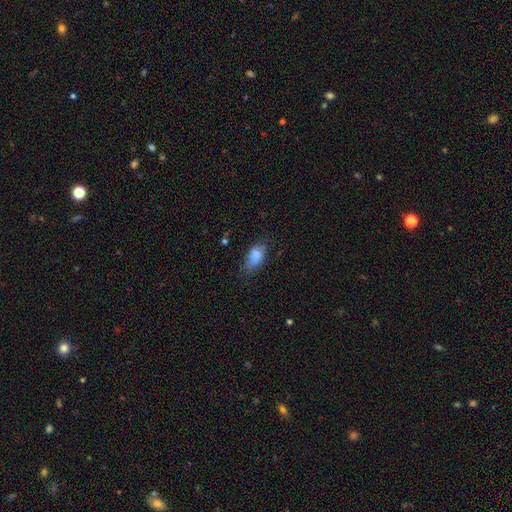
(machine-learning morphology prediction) Q: Smooth or featured?
A: smooth (82%); runner-up: featured or disk (9%)
Q: How rounded?
A: in between (88%); runner-up: round (7%)
Q: Merging?
A: none (56%); runner-up: minor disturbance (31%)